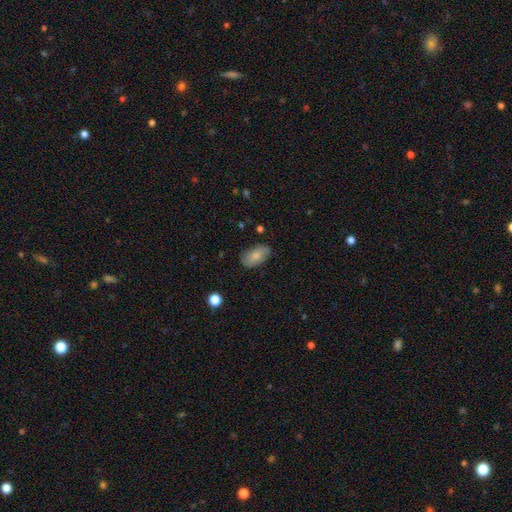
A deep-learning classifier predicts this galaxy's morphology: The model was most divided on "merging": none: 79%, minor disturbance: 16%, major disturbance: 3%, merger: 1%. More confident: how rounded — in between (93%); smooth or featured — smooth (80%).